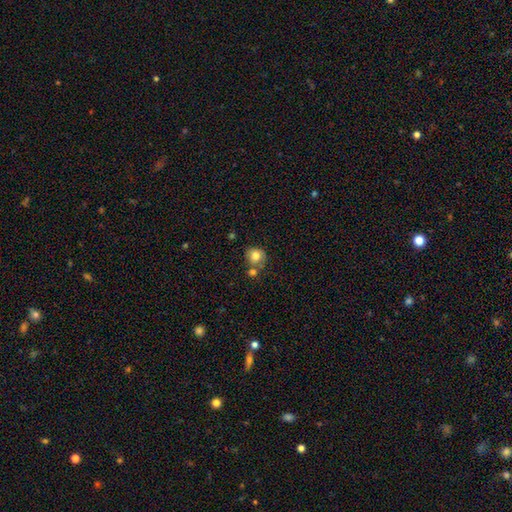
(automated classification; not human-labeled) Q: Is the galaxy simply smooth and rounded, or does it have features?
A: smooth — 79%.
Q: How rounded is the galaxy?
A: round — 82%.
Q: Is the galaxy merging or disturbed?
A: none — 58%.